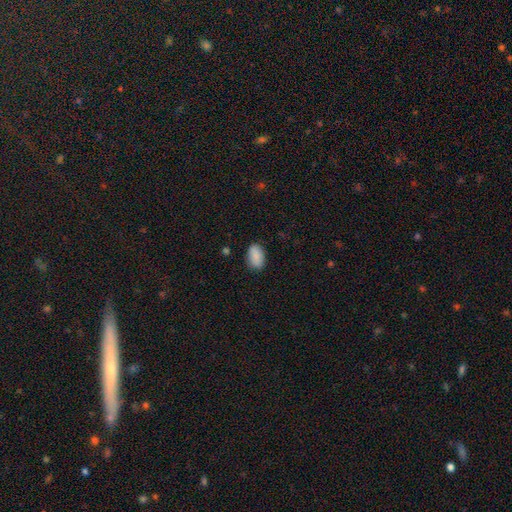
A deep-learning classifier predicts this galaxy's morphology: type=smooth (89%); roundness=in between (92%); merging=none (84%).